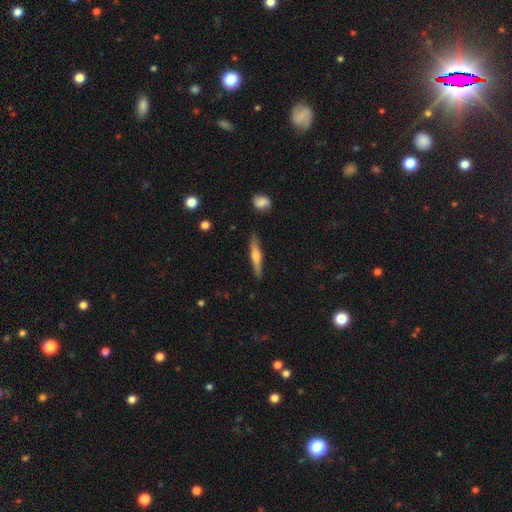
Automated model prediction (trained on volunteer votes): featured or disk 54%, smooth 40%, star or artifact 6%. Down the decision tree: edge-on disk — yes (96%); edge-on bulge — rounded (82%); merging — none (87%).